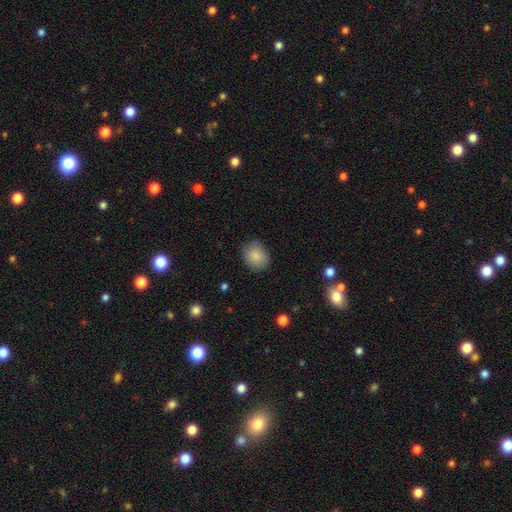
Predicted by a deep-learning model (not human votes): Q: Smooth or featured?
A: smooth (87%); runner-up: star or artifact (8%)
Q: How rounded?
A: round (55%); runner-up: in between (45%)
Q: Merging?
A: none (83%); runner-up: minor disturbance (13%)